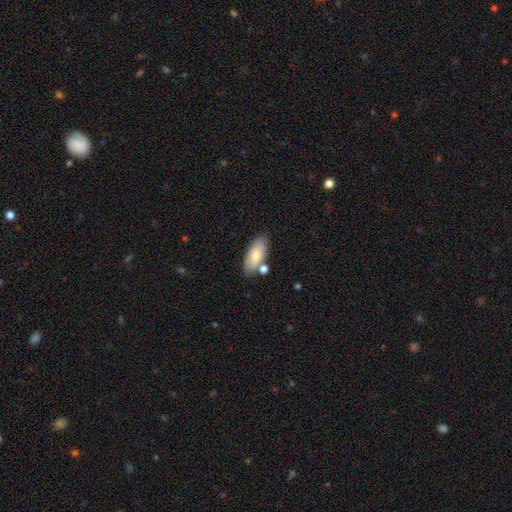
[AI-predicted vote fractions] Overall: smooth (73%). How rounded: in between (85%). Merging: none (72%).